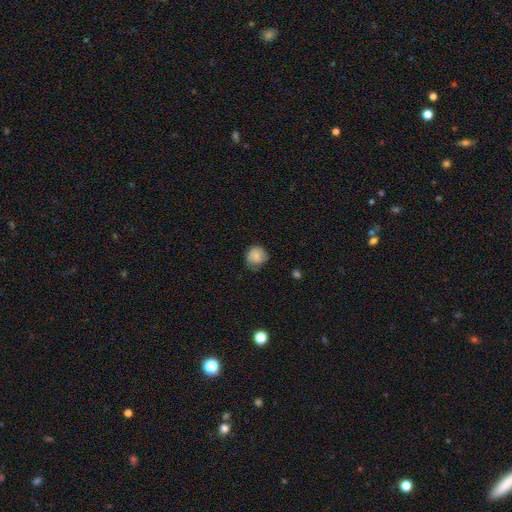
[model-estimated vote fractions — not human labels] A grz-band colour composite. It shows a smooth galaxy with no disk features (80%) that is round (85%). Merging: none (63%).